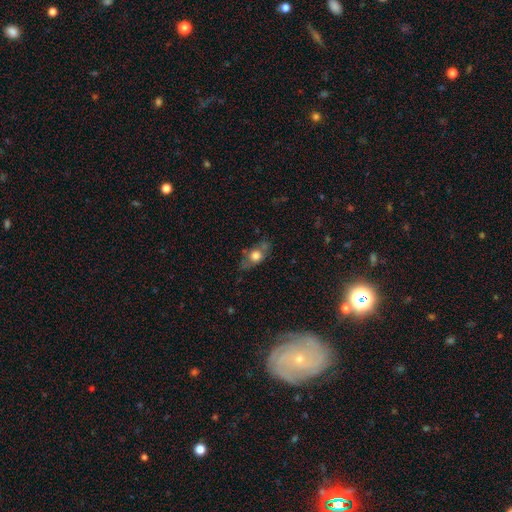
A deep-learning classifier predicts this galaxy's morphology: smooth-or-featured: smooth: 63% | featured or disk: 27% | star or artifact: 10%
  how-rounded: in between: 59% | round: 29% | cigar-shaped: 12%
  merging: none: 61% | minor disturbance: 24% | major disturbance: 9% | merger: 6%